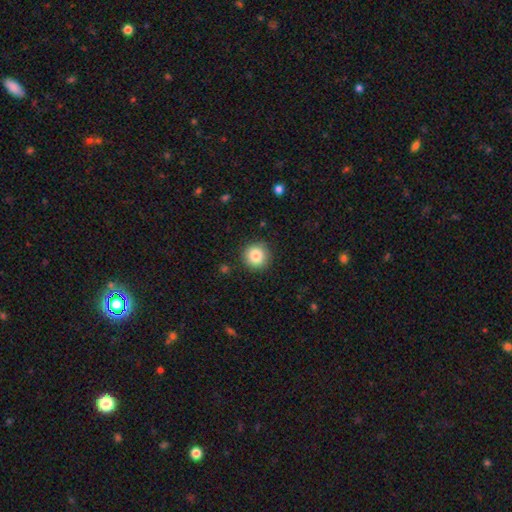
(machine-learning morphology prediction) smooth 85%, star or artifact 9%, featured or disk 6%. Down the decision tree: how rounded — round (94%); merging — none (89%).